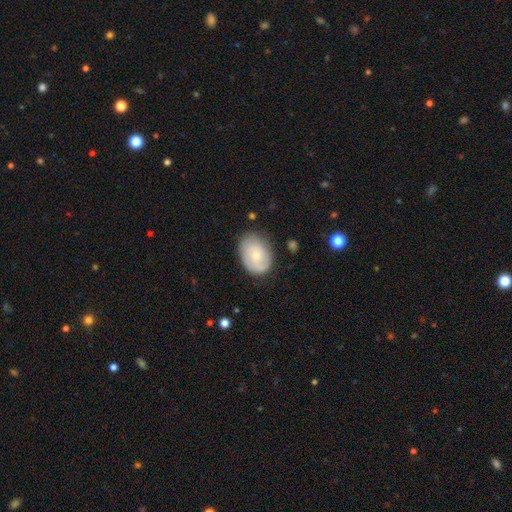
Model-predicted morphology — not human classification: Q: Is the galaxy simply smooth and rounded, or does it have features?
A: smooth — 56%.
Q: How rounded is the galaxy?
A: in between — 70%.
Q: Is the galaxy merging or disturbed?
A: none — 75%.